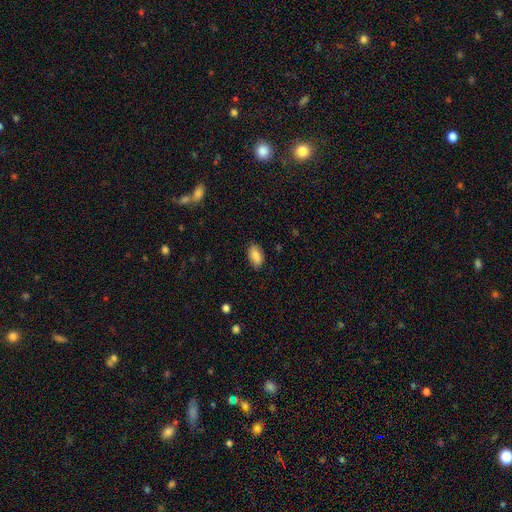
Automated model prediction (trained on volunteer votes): Smooth or featured?
  - smooth: 87% *
  - star or artifact: 7%
  - featured or disk: 6%
How rounded?
  - in between: 93% *
  - round: 4%
  - cigar-shaped: 3%
Merging?
  - none: 85% *
  - minor disturbance: 12%
  - major disturbance: 3%
  - merger: 1%